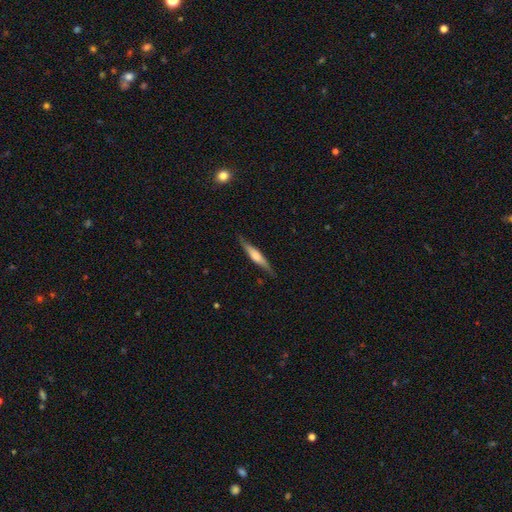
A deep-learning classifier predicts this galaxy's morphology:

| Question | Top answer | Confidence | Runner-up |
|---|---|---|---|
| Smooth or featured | featured or disk | 57% | smooth (37%) |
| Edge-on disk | yes | 95% | no (5%) |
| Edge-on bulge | rounded | 64% | boxy (24%) |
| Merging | none | 84% | minor disturbance (12%) |